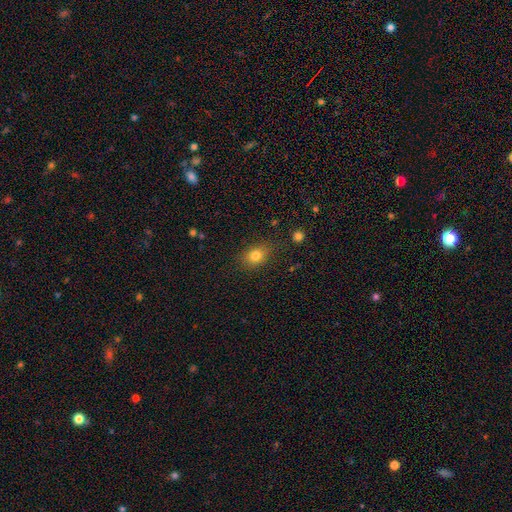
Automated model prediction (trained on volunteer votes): Smooth or featured? smooth (80%)
How rounded? in between (66%)
Merging? none (81%)